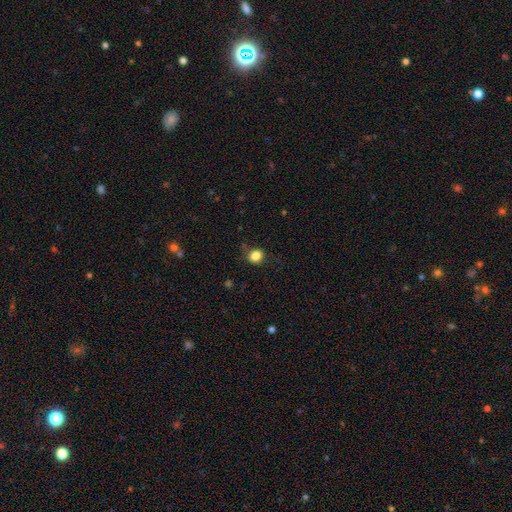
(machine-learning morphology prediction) A smooth galaxy with no disk features (84%) that is round (74%).

Vote fractions:
- Smooth or featured? smooth: 84% / star or artifact: 11% / featured or disk: 5%
- How rounded? round: 74% / in between: 25% / cigar-shaped: 1%
- Merging? none: 80% / minor disturbance: 14% / major disturbance: 4% / merger: 2%